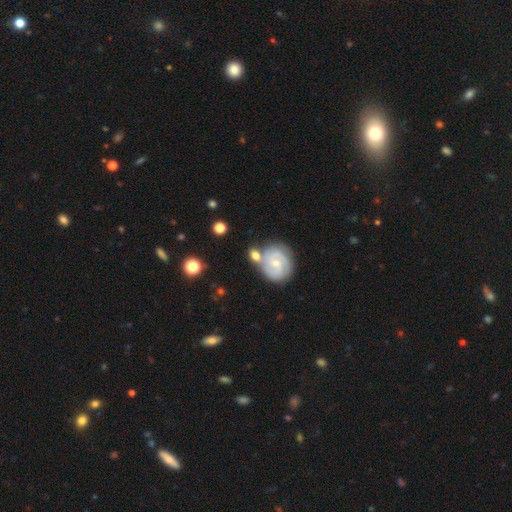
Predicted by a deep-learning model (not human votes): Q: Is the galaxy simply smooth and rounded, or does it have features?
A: featured or disk — 58%.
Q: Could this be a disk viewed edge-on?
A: no — 96%.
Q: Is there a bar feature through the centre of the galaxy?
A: no — 57%.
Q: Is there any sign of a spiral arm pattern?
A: yes — 88%.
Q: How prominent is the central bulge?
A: small — 66%.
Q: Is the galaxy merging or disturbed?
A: none — 57%.